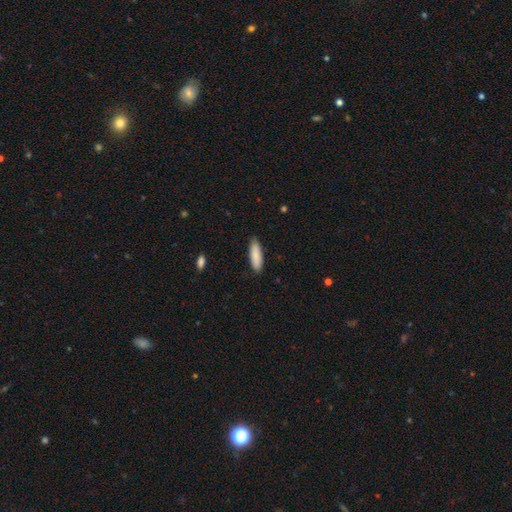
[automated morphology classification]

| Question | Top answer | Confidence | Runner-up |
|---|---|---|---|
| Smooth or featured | smooth | 88% | featured or disk (7%) |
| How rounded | cigar-shaped | 50% | in between (48%) |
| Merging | none | 88% | minor disturbance (10%) |